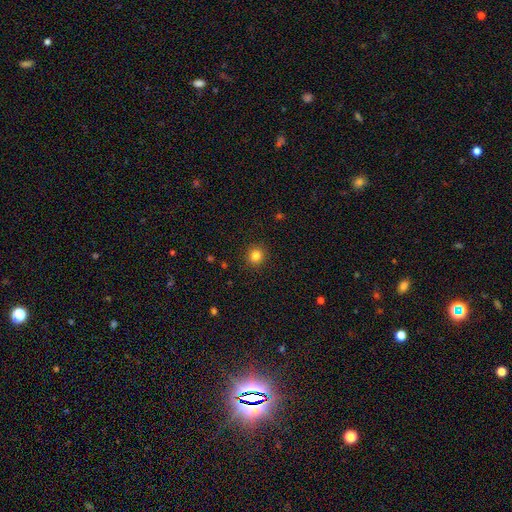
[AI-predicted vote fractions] Q: Smooth or featured?
A: smooth (83%); runner-up: star or artifact (12%)
Q: How rounded?
A: round (91%); runner-up: in between (8%)
Q: Merging?
A: none (91%); runner-up: minor disturbance (6%)